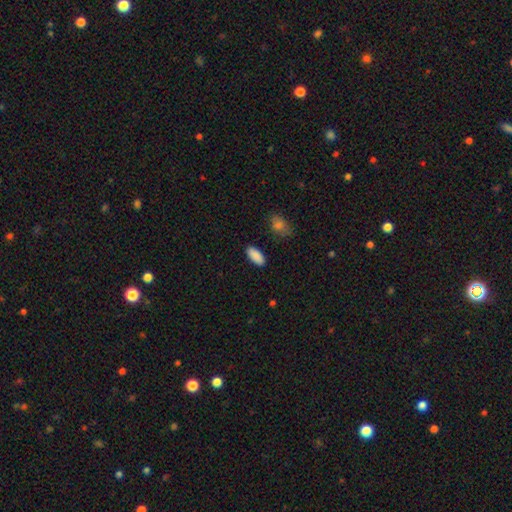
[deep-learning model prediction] smooth_or_featured: smooth (p=0.90) [alt: star or artifact p=0.06]
how_rounded: in between (p=0.88) [alt: cigar-shaped p=0.10]
merging: none (p=0.88) [alt: minor disturbance p=0.08]